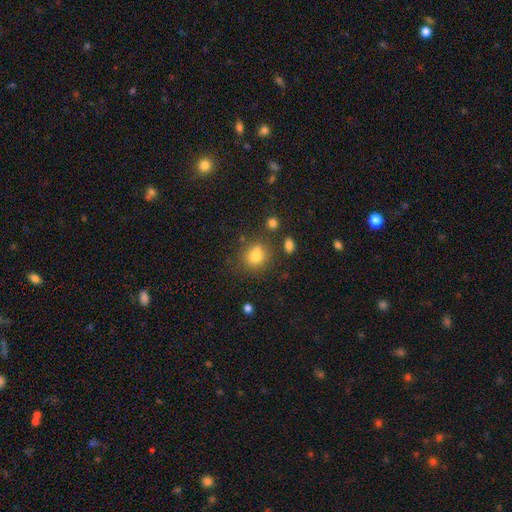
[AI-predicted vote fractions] A smooth galaxy with no disk features (77%) that is round (77%).

Vote fractions:
- Smooth or featured? smooth: 77% / star or artifact: 13% / featured or disk: 10%
- How rounded? round: 77% / in between: 22% / cigar-shaped: 1%
- Merging? none: 62% / merger: 17% / minor disturbance: 15% / major disturbance: 5%